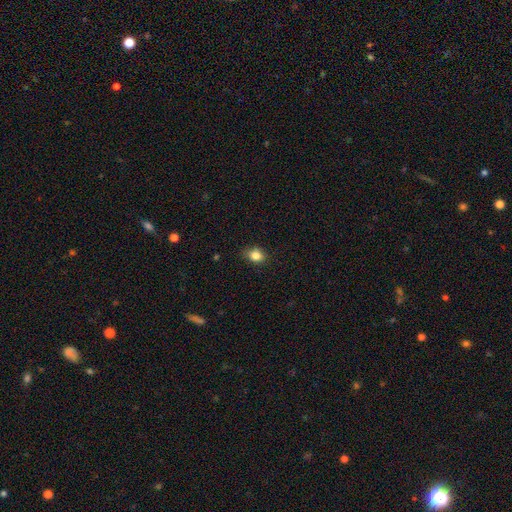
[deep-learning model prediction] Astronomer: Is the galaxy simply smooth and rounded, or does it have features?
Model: smooth — 84%.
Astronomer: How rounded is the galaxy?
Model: in between — 58% (runner-up: round, 41%).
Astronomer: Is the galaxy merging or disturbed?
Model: none — 79%.